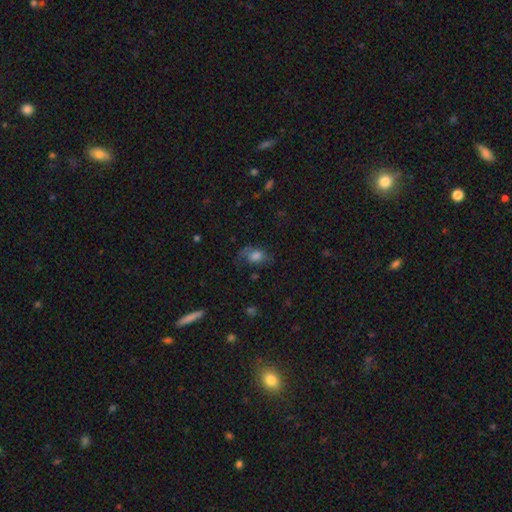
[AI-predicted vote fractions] Smooth or featured?
  - smooth: 61% *
  - featured or disk: 25%
  - star or artifact: 13%
How rounded?
  - in between: 73% *
  - round: 24%
  - cigar-shaped: 2%
Merging?
  - none: 44% *
  - major disturbance: 28%
  - minor disturbance: 26%
  - merger: 2%